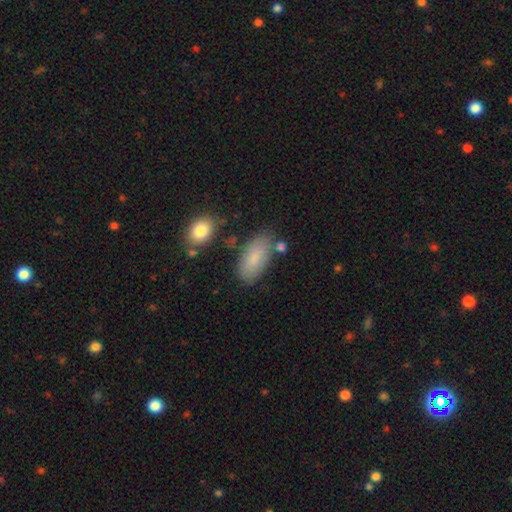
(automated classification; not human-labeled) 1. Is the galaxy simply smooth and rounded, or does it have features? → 83% smooth, 11% featured or disk, 6% star or artifact.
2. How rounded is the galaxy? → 92% in between, 6% cigar-shaped, 2% round.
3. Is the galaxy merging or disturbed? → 74% none, 16% minor disturbance, 5% merger, 4% major disturbance.